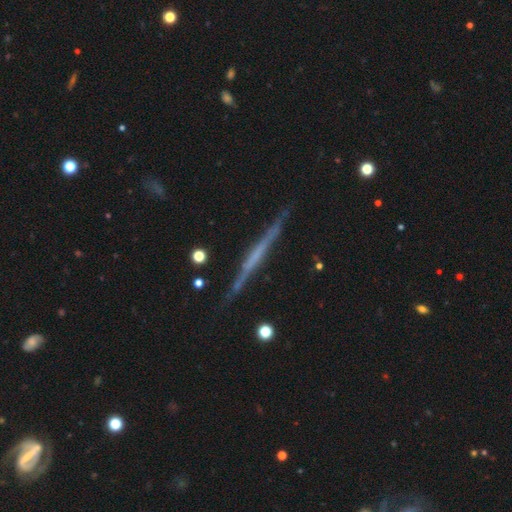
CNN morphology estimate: smooth-or-featured: featured or disk: 70% | smooth: 24% | star or artifact: 6%
  disk-edge-on: yes: 97% | no: 3%
    edge-on-bulge: none: 79% | rounded: 12% | boxy: 9%
  merging: none: 88% | minor disturbance: 9% | major disturbance: 2% | merger: 2%